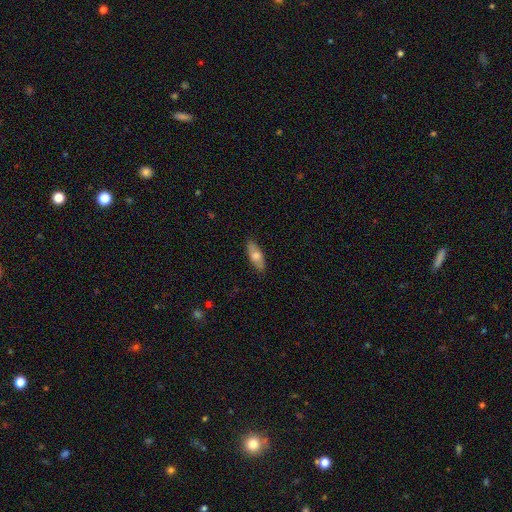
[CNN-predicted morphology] smooth 68%, featured or disk 26%, star or artifact 6%. Down the decision tree: how rounded — in between (67%); merging — none (87%).